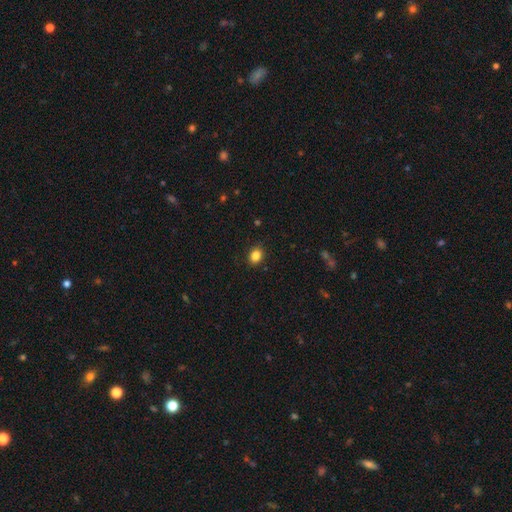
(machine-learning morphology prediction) smooth_or_featured: smooth (p=0.85) [alt: star or artifact p=0.11]
how_rounded: round (p=0.50) [alt: in between p=0.49]
merging: none (p=0.90) [alt: minor disturbance p=0.07]